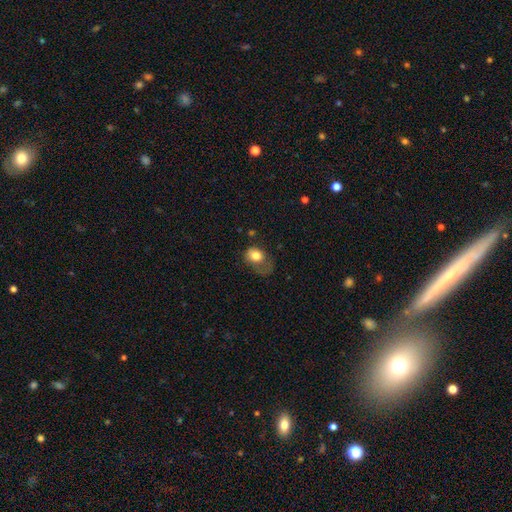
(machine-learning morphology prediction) Smooth or featured: smooth — 75% (featured or disk — 16%)
How rounded: in between — 60% (round — 39%)
Merging: major disturbance — 45% (minor disturbance — 28%)